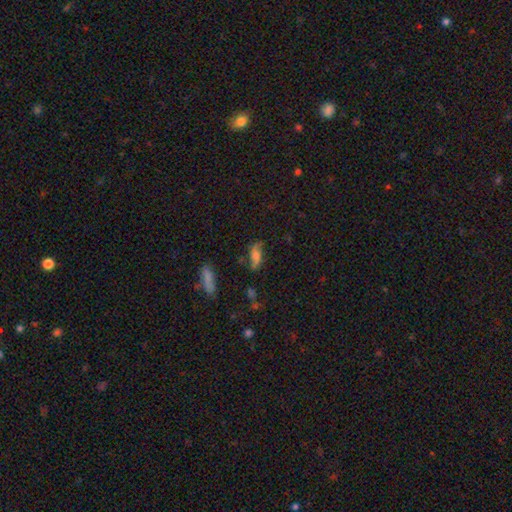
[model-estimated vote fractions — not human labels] The model was most divided on "smooth or featured": smooth: 50%, featured or disk: 39%, star or artifact: 11%. More confident: merging — none (67%).